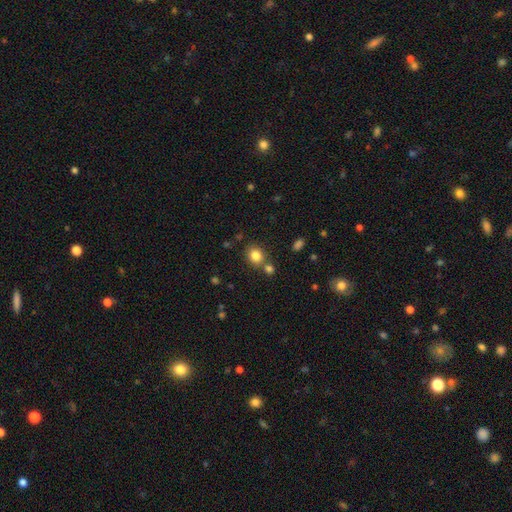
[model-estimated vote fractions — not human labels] smooth 82%, star or artifact 11%, featured or disk 6%. Down the decision tree: how rounded — round (70%); merging — none (71%).